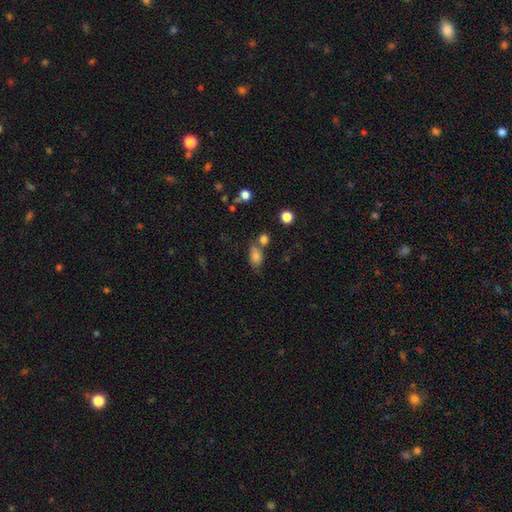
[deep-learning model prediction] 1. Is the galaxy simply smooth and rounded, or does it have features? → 76% smooth, 13% star or artifact, 12% featured or disk.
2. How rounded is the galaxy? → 81% in between, 17% round, 3% cigar-shaped.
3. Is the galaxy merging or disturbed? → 53% none, 23% merger, 18% minor disturbance, 7% major disturbance.